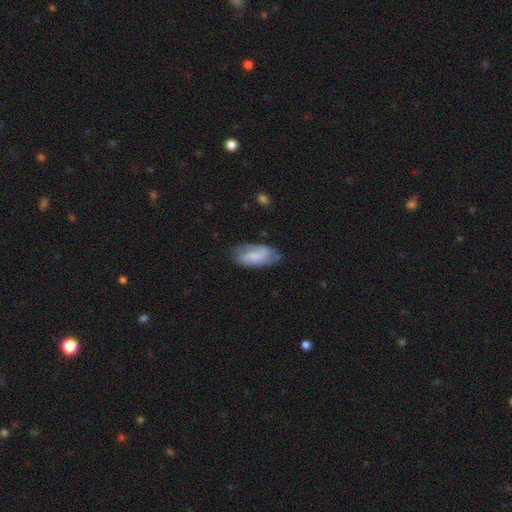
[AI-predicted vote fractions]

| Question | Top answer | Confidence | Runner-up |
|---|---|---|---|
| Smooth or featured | featured or disk | 50% | smooth (43%) |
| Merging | none | 62% | minor disturbance (27%) |